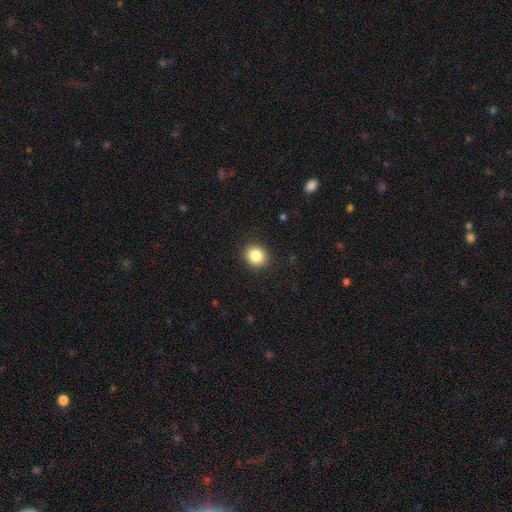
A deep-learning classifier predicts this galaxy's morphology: smooth 86%, star or artifact 9%, featured or disk 5%. Down the decision tree: how rounded — round (80%); merging — none (90%).